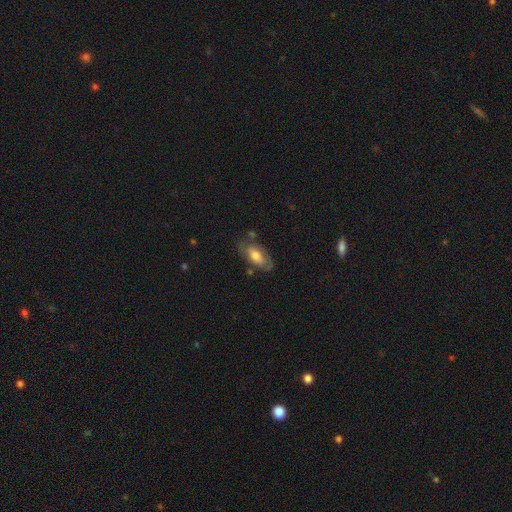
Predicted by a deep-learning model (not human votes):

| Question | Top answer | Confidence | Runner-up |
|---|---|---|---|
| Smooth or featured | smooth | 52% | featured or disk (42%) |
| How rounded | in between | 88% | cigar-shaped (9%) |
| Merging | none | 65% | minor disturbance (22%) |